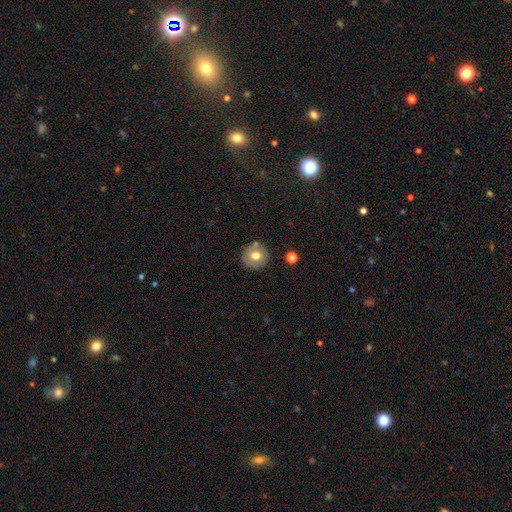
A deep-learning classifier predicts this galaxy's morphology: This is likely a smooth galaxy (68%). How rounded: clearly round (92%). Merging: clearly none (81%).